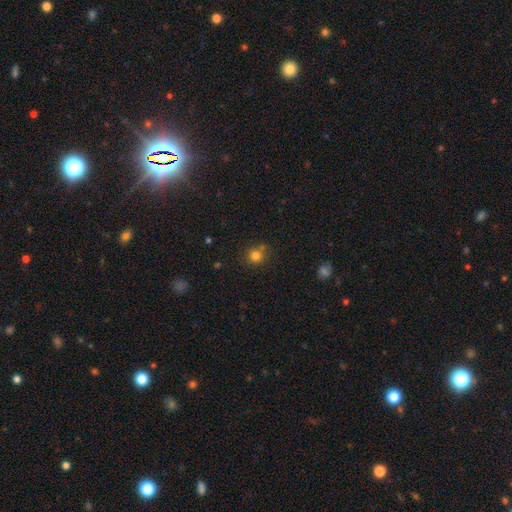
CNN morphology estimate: smooth 80%, star or artifact 14%, featured or disk 6%. Down the decision tree: how rounded — round (88%); merging — none (71%).